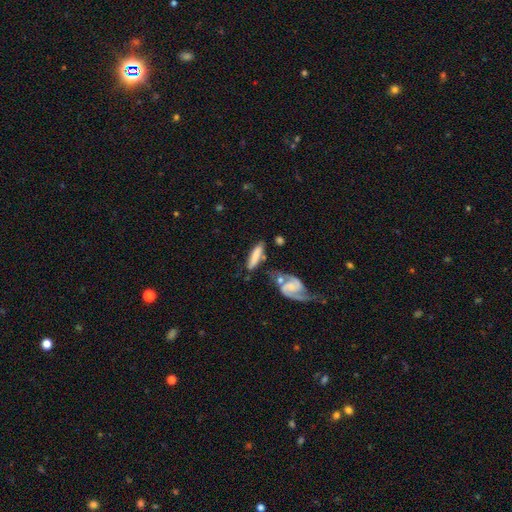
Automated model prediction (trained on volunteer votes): A smooth galaxy with no disk features (62%) that is cigar-shaped (71%). Merging: none (54%).